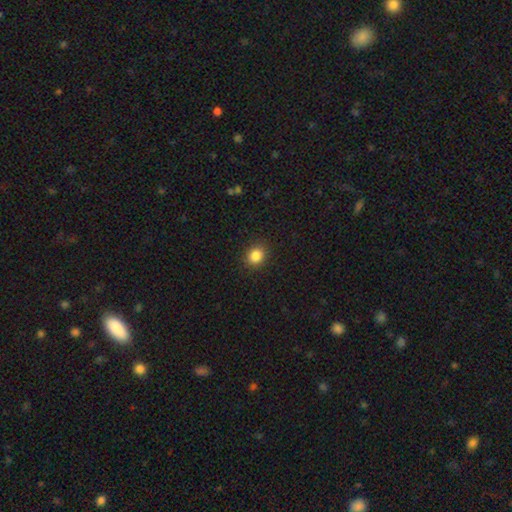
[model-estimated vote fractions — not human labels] Overall: smooth (85%). How rounded: round (70%). Merging: none (90%).